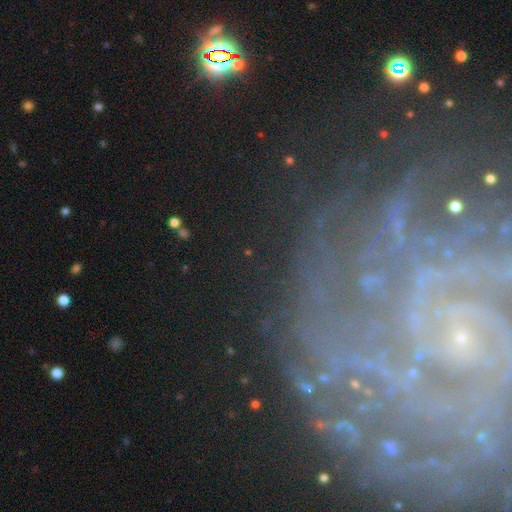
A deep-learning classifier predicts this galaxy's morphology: Q: Smooth or featured?
A: featured or disk (73%); runner-up: star or artifact (17%)
Q: Edge-on disk?
A: no (96%); runner-up: yes (4%)
Q: Bar?
A: no (54%); runner-up: weak (26%)
Q: Spiral arms?
A: yes (90%); runner-up: no (10%)
Q: Spiral winding?
A: tight (73%); runner-up: medium (20%)
Q: Spiral arm count?
A: can't tell (27%); runner-up: 2 (18%)
Q: Bulge size?
A: small (79%); runner-up: moderate (11%)
Q: Merging?
A: none (74%); runner-up: minor disturbance (14%)